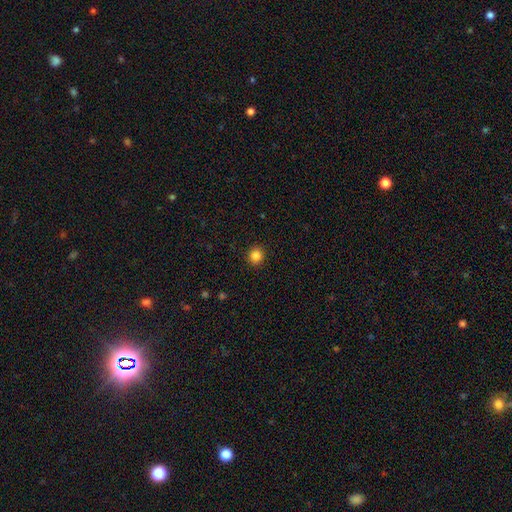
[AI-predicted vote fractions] Smooth or featured? Predicted: smooth (p=0.85). How rounded? Predicted: round (p=0.91). Merging? Predicted: none (p=0.92).